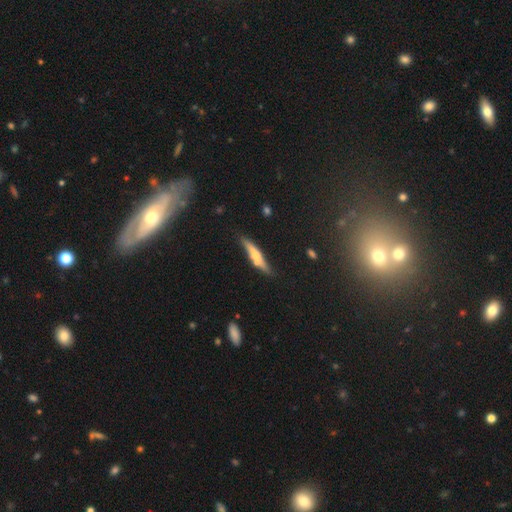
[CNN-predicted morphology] A featured or disk galaxy (53%) viewed edge-on (91%). Merging: none (74%).